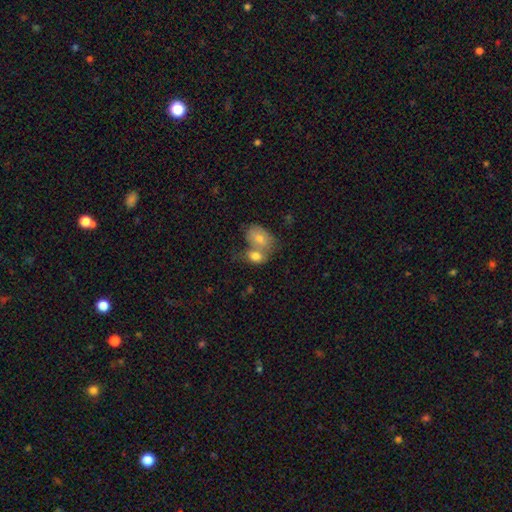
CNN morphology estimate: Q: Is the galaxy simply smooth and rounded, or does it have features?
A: smooth — 74%.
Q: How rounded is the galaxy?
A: in between — 77%.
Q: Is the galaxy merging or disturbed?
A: merger — 68%.